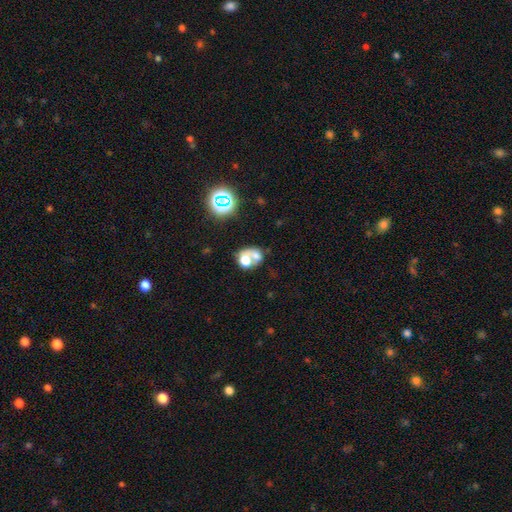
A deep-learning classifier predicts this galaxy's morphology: smooth 56%, featured or disk 29%, star or artifact 15%. Down the decision tree: how rounded — round (52%); merging — merger (61%).